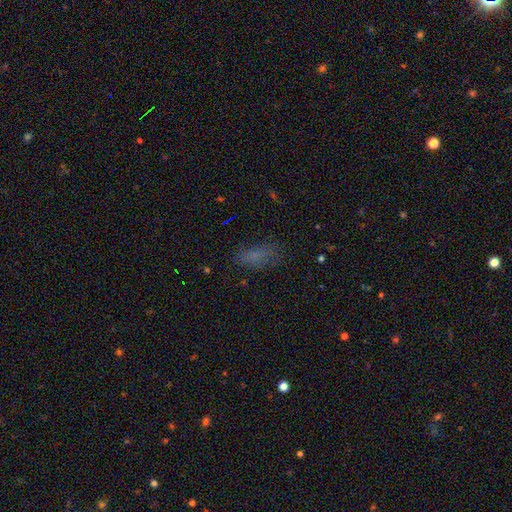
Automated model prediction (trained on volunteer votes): Smooth or featured: smooth — 68% (star or artifact — 19%)
How rounded: in between — 76% (cigar-shaped — 19%)
Merging: none — 66% (minor disturbance — 21%)